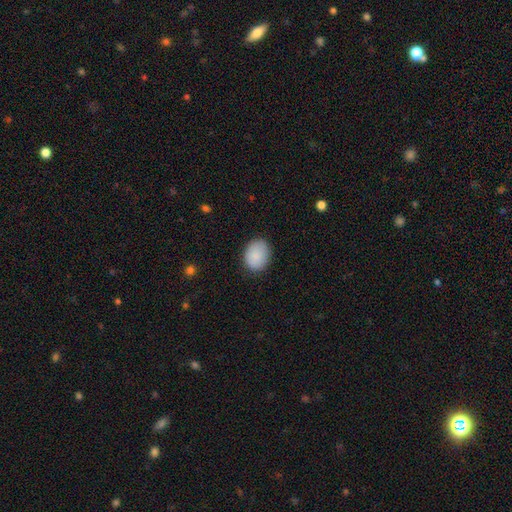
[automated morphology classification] Overall: smooth (87%). How rounded: in between (59%; round 41%). Merging: none (83%).